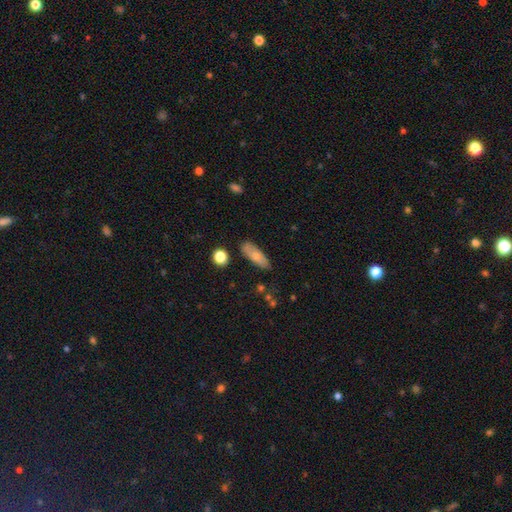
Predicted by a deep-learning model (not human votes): Smooth or featured?
  - smooth: 76% *
  - featured or disk: 17%
  - star or artifact: 7%
How rounded?
  - in between: 62% *
  - cigar-shaped: 35%
  - round: 3%
Merging?
  - none: 78% *
  - minor disturbance: 16%
  - major disturbance: 3%
  - merger: 3%